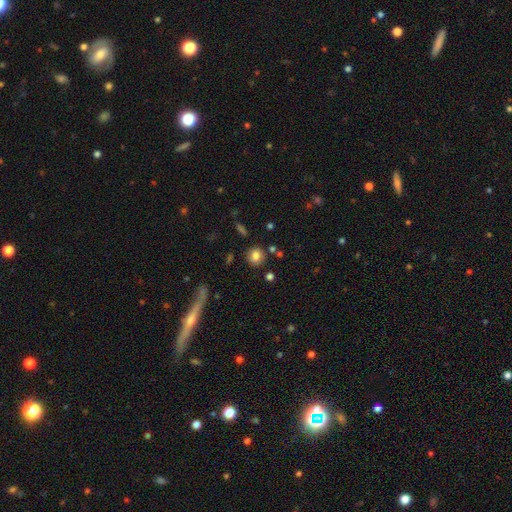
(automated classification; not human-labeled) Smooth or featured: smooth — 82% (star or artifact — 11%)
How rounded: round — 85% (in between — 14%)
Merging: none — 84% (minor disturbance — 9%)